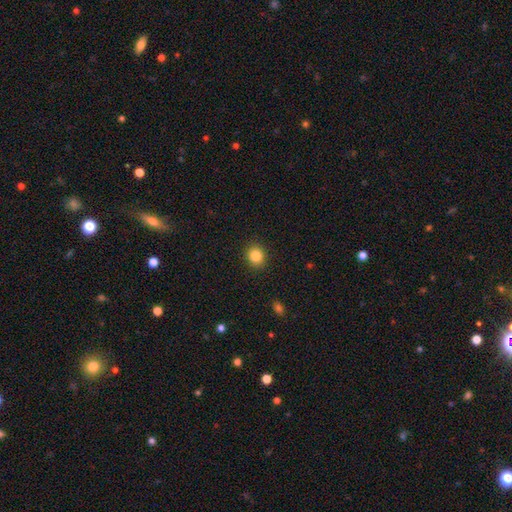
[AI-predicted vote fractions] A smooth galaxy with no disk features (84%) that is round (80%).

Vote fractions:
- Smooth or featured? smooth: 84% / star or artifact: 11% / featured or disk: 5%
- How rounded? round: 80% / in between: 19% / cigar-shaped: 1%
- Merging? none: 91% / minor disturbance: 6% / major disturbance: 2% / merger: 1%